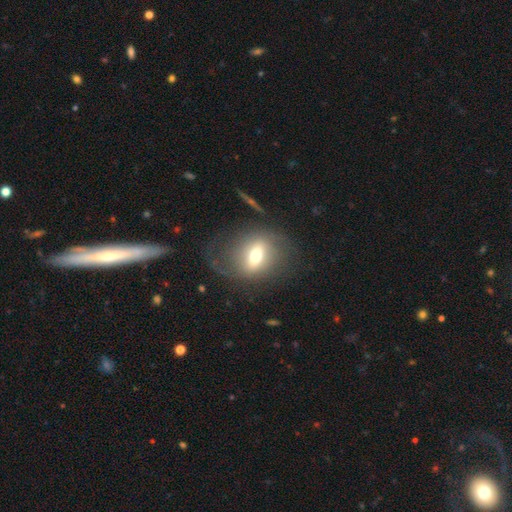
smooth-or-featured: smooth: 56% | featured or disk: 36% | star or artifact: 8%
  how-rounded: round: 59% | in between: 36% | cigar-shaped: 5%
  merging: none: 72% | minor disturbance: 17% | major disturbance: 11% | merger: 0%